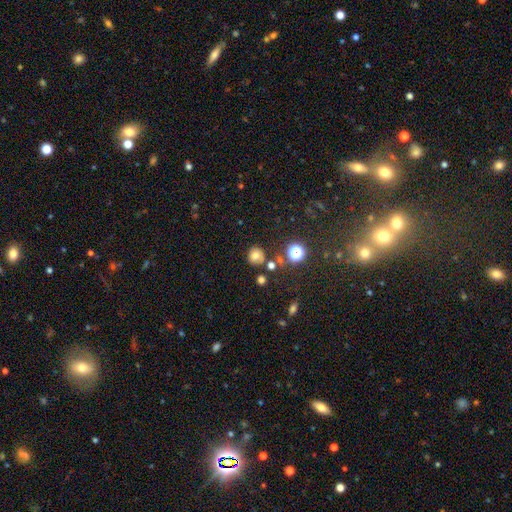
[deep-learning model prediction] Q: Smooth or featured?
A: smooth (70%); runner-up: star or artifact (19%)
Q: How rounded?
A: round (87%); runner-up: in between (12%)
Q: Merging?
A: none (76%); runner-up: minor disturbance (12%)